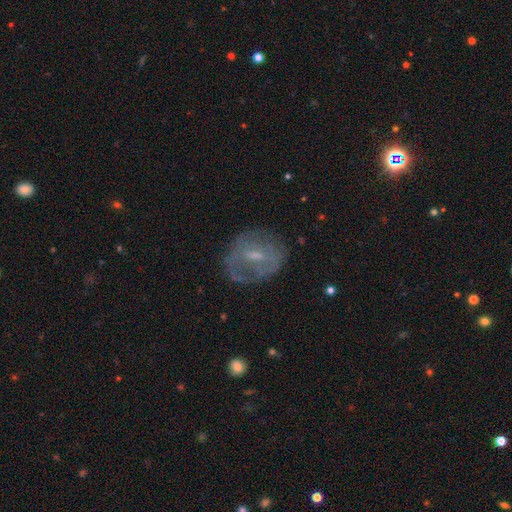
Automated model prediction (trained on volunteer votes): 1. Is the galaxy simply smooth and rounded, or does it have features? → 58% featured or disk, 31% smooth, 11% star or artifact.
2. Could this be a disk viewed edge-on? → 95% no, 5% yes.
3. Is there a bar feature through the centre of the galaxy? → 50% weak, 35% no, 15% strong.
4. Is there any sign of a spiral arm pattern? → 55% no, 45% yes.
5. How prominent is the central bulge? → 51% small, 34% moderate, 13% none, 2% large, 1% dominant.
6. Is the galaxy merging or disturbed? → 63% none, 21% minor disturbance, 14% major disturbance, 2% merger.